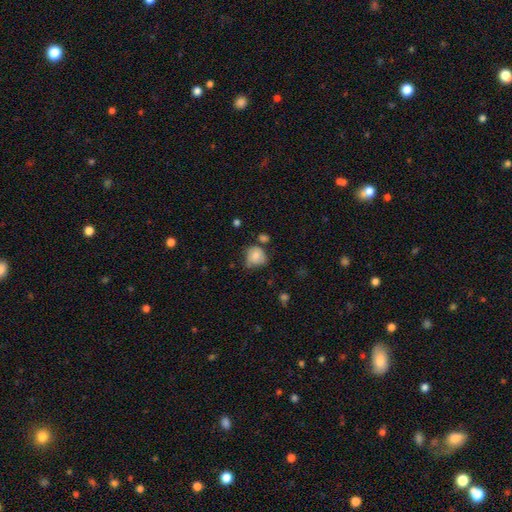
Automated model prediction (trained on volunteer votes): Q: Smooth or featured?
A: smooth (76%); runner-up: featured or disk (14%)
Q: How rounded?
A: round (76%); runner-up: in between (23%)
Q: Merging?
A: none (48%); runner-up: minor disturbance (34%)